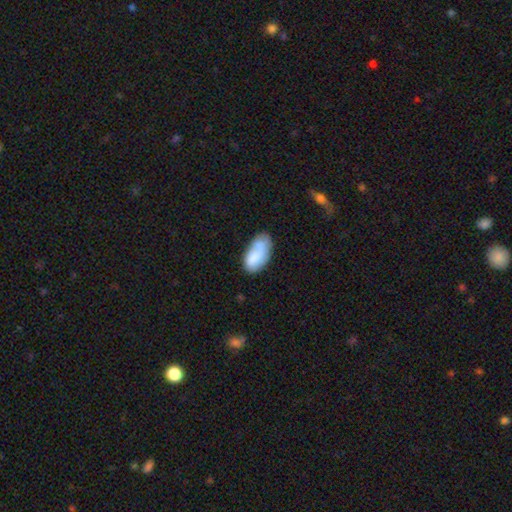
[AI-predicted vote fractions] Q: Smooth or featured?
A: smooth (74%); runner-up: featured or disk (20%)
Q: How rounded?
A: in between (94%); runner-up: cigar-shaped (3%)
Q: Merging?
A: none (43%); runner-up: minor disturbance (30%)